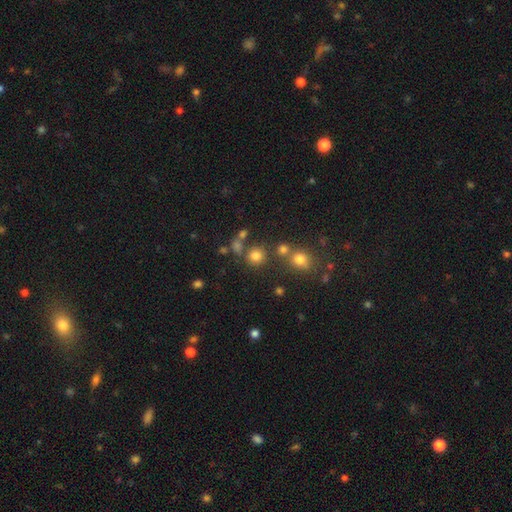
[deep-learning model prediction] A smooth galaxy with no disk features (75%) that is round (89%). Merging: none (70%).